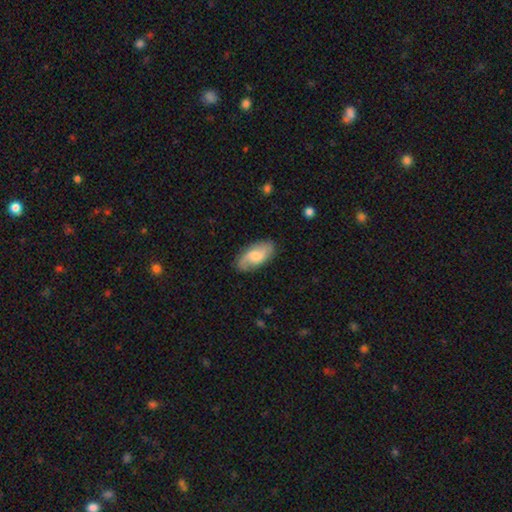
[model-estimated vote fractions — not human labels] A featured or disk galaxy (49%). Merging: none (80%).